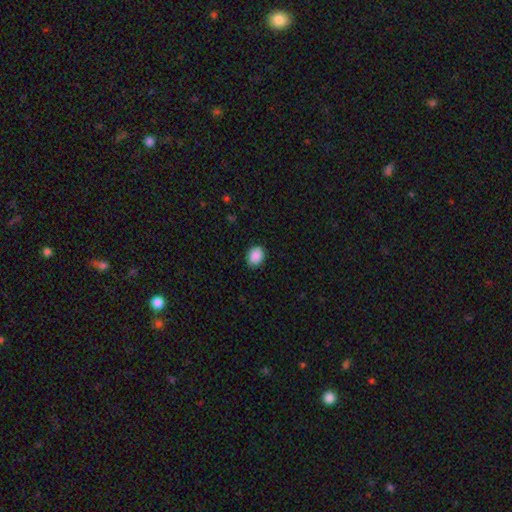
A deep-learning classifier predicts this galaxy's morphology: smooth-or-featured: smooth: 90% | star or artifact: 8% | featured or disk: 2%
  how-rounded: in between: 54% | round: 45% | cigar-shaped: 1%
  merging: none: 87% | minor disturbance: 9% | major disturbance: 2% | merger: 1%